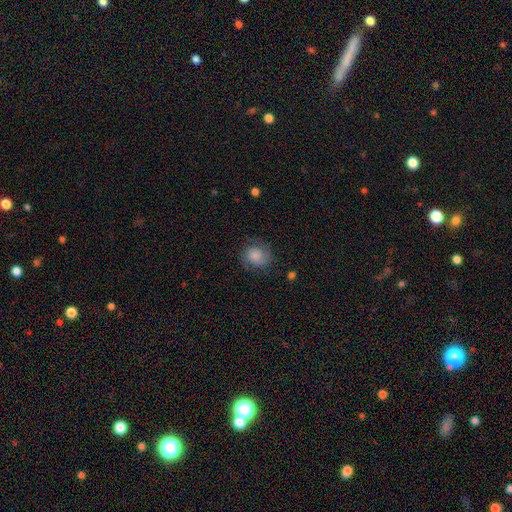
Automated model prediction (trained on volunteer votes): Overall: smooth (65%; featured or disk 27%). How rounded: round (74%). Merging: none (71%).